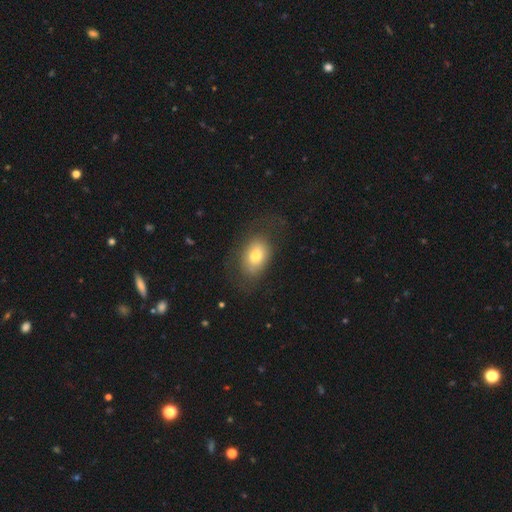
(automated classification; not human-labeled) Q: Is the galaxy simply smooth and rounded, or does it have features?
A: smooth — 68%.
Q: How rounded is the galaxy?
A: in between — 86%.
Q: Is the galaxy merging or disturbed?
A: none — 63%.